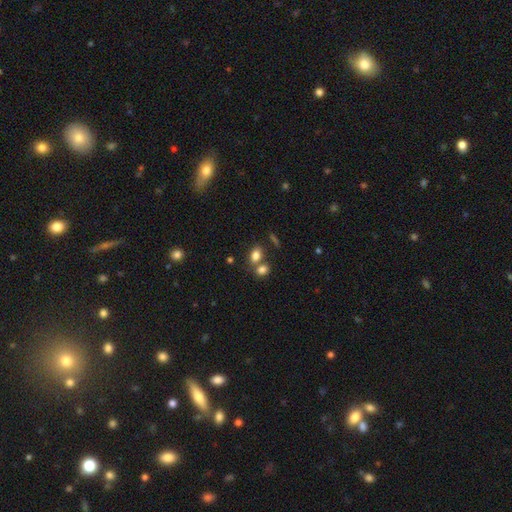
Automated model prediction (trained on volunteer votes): Morphology: type=smooth (81%); roundness=in between (77%); merging=none (52%).